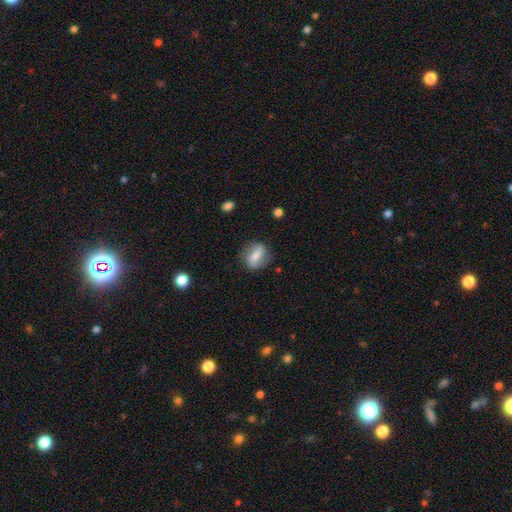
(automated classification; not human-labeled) The model was most divided on "smooth or featured": smooth: 50%, featured or disk: 43%, star or artifact: 8%. More confident: merging — none (78%).